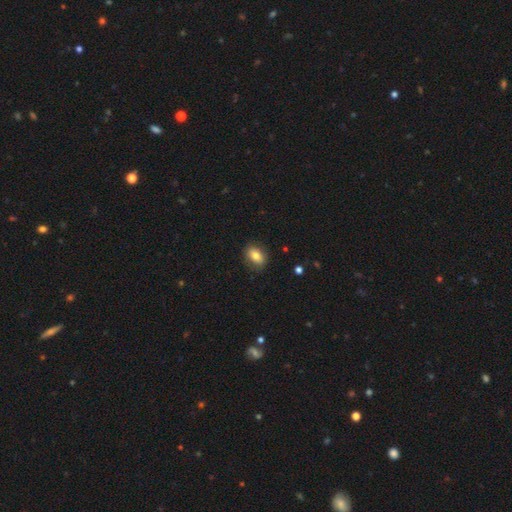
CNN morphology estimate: This appears to be a smooth galaxy with no disk features (77%) that is in between round and cigar-shaped (77%). Merging: none (83%).